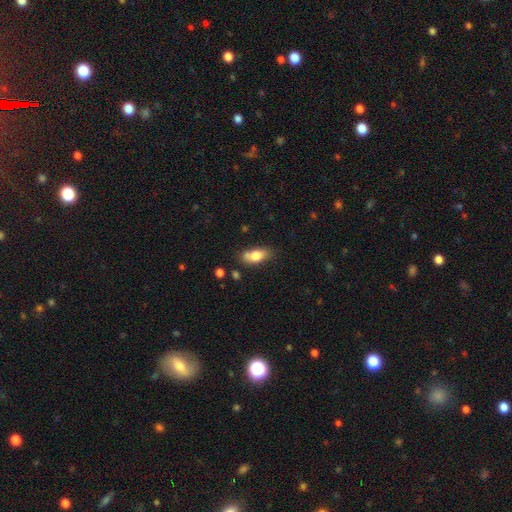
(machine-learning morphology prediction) Q: Smooth or featured?
A: smooth (77%); runner-up: featured or disk (16%)
Q: How rounded?
A: in between (84%); runner-up: cigar-shaped (11%)
Q: Merging?
A: none (63%); runner-up: minor disturbance (21%)